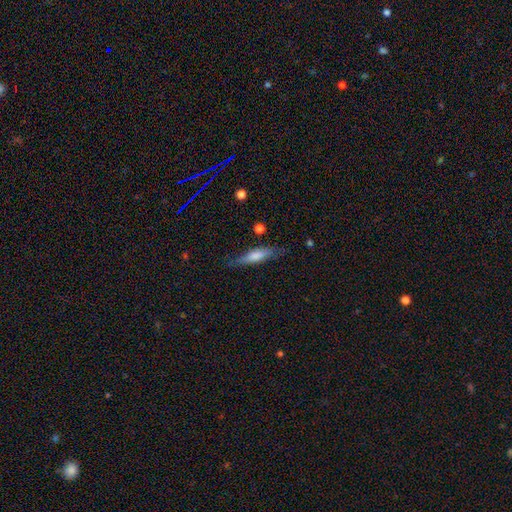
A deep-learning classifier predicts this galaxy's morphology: A smooth galaxy with no disk features (56%) that is cigar-shaped (75%).

Vote fractions:
- Smooth or featured? smooth: 56% / featured or disk: 37% / star or artifact: 7%
- How rounded? cigar-shaped: 75% / in between: 23% / round: 2%
- Merging? none: 77% / minor disturbance: 17% / major disturbance: 4% / merger: 2%